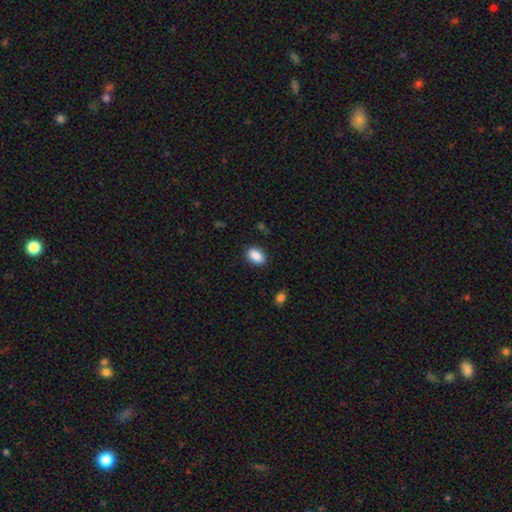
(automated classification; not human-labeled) Smooth or featured: smooth — 90% (star or artifact — 7%)
How rounded: in between — 90% (round — 8%)
Merging: none — 88% (minor disturbance — 9%)